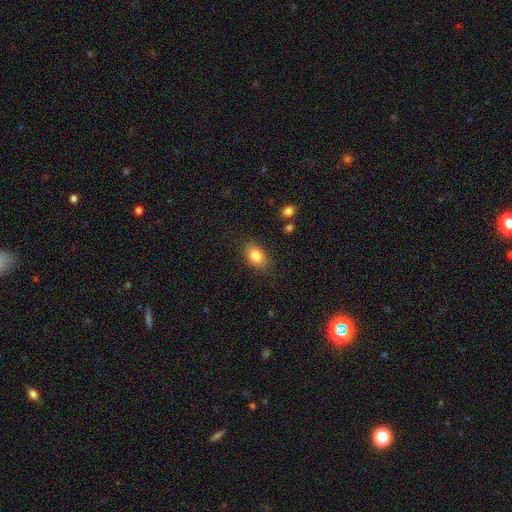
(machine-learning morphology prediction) smooth 83%, featured or disk 9%, star or artifact 8%. Down the decision tree: how rounded — in between (86%); merging — none (83%).